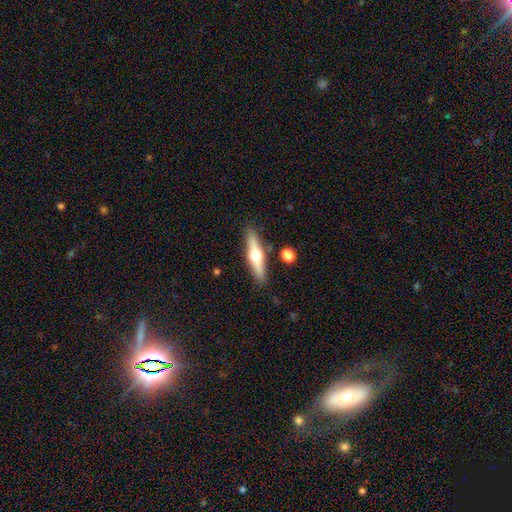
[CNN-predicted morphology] A featured or disk galaxy (58%) viewed edge-on (94%) with a rounded central bulge (95%).

Vote fractions:
- Smooth or featured? featured or disk: 58% / smooth: 36% / star or artifact: 6%
- Edge-on disk? yes: 94% / no: 6%
- Edge-on bulge? rounded: 95% / none: 3% / boxy: 3%
- Merging? none: 85% / minor disturbance: 9% / merger: 4% / major disturbance: 2%